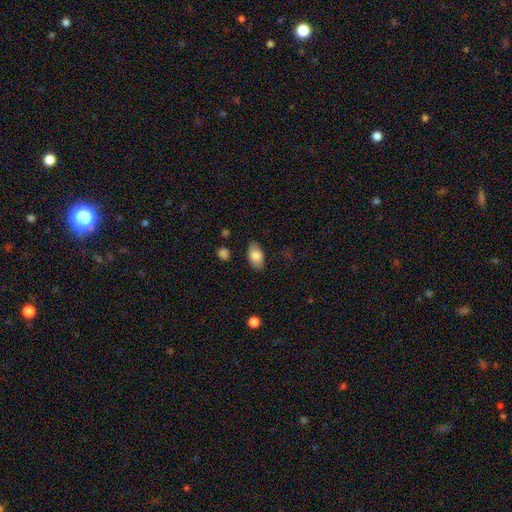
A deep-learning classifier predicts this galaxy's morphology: Smooth or featured?
  - smooth: 81% *
  - featured or disk: 12%
  - star or artifact: 7%
How rounded?
  - in between: 93% *
  - round: 5%
  - cigar-shaped: 2%
Merging?
  - none: 83% *
  - minor disturbance: 13%
  - major disturbance: 3%
  - merger: 1%